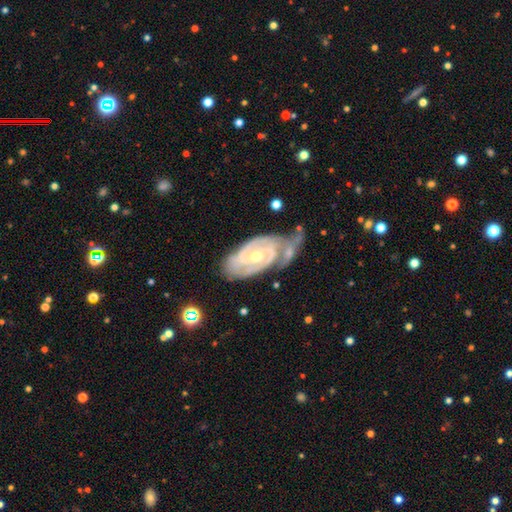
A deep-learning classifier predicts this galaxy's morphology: smooth-or-featured: featured or disk: 87% | smooth: 8% | star or artifact: 5%
  disk-edge-on: no: 95% | yes: 5%
    bar: no: 52% | weak: 35% | strong: 13%
    has-spiral-arms: yes: 94% | no: 6%
      spiral-winding: tight: 67% | medium: 27% | loose: 6%
      spiral-arm-count: 2: 58% | can't tell: 21% | 3: 12% | 1: 4% | 4: 3% | more than 4: 3%
    bulge-size: moderate: 56% | small: 41% | large: 2% | none: 1% | dominant: 1%
  merging: none: 39% | minor disturbance: 27% | merger: 19% | major disturbance: 15%